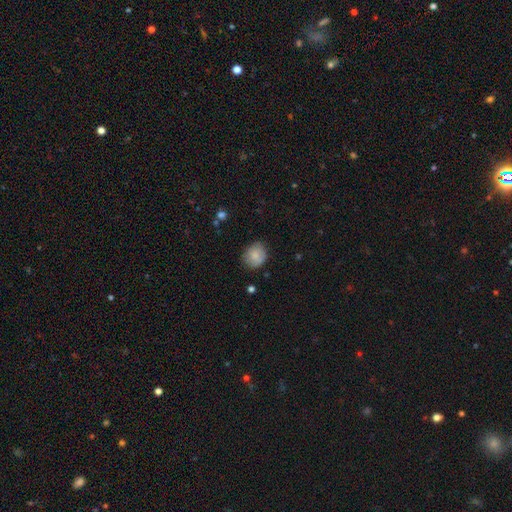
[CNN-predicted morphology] Smooth or featured? Predicted: smooth (p=0.80). How rounded? Predicted: round (p=0.68). Merging? Predicted: none (p=0.73).